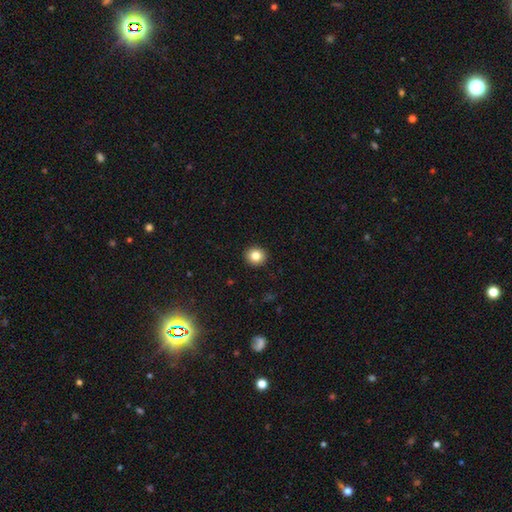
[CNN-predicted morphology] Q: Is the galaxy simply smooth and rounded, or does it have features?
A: smooth — 83%.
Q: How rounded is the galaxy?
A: round — 88%.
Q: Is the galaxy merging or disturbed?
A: none — 93%.